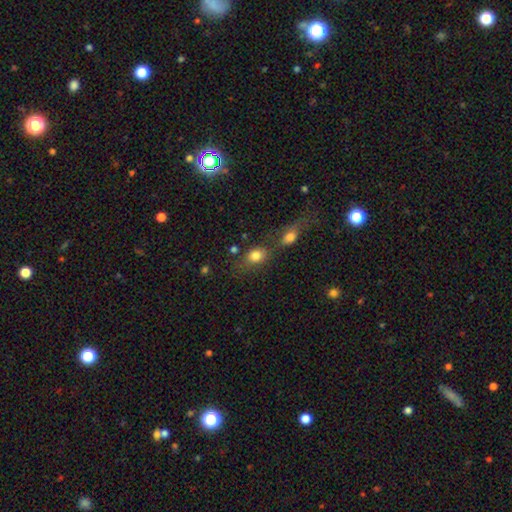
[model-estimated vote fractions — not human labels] Q: Smooth or featured?
A: smooth (80%); runner-up: star or artifact (11%)
Q: How rounded?
A: in between (63%); runner-up: round (35%)
Q: Merging?
A: none (45%); runner-up: merger (34%)